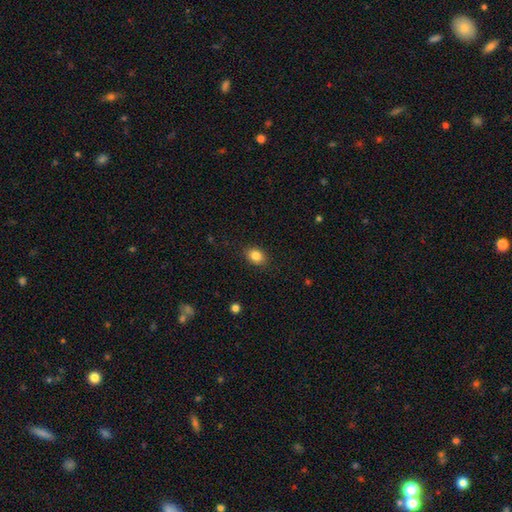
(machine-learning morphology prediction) Smooth or featured?
  - smooth: 84% *
  - star or artifact: 10%
  - featured or disk: 6%
How rounded?
  - in between: 57% *
  - round: 42%
  - cigar-shaped: 1%
Merging?
  - none: 87% *
  - minor disturbance: 9%
  - major disturbance: 2%
  - merger: 1%